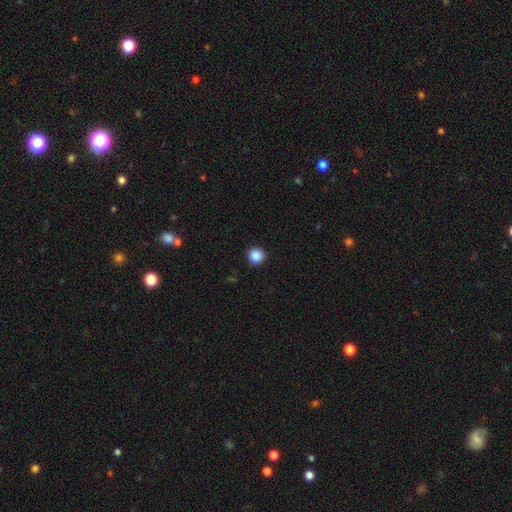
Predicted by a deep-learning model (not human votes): Smooth or featured? smooth (88%)
How rounded? round (95%)
Merging? none (93%)